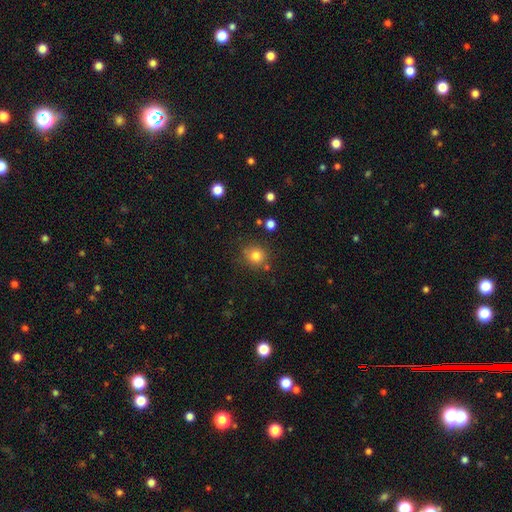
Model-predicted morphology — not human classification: A smooth galaxy with no disk features (80%) that is round (88%). Merging: none (79%).